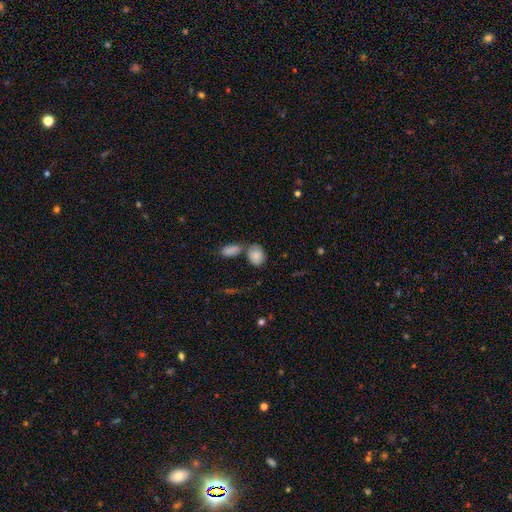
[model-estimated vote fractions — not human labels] Q: Smooth or featured?
A: smooth (86%); runner-up: star or artifact (7%)
Q: How rounded?
A: in between (61%); runner-up: round (37%)
Q: Merging?
A: none (49%); runner-up: merger (33%)